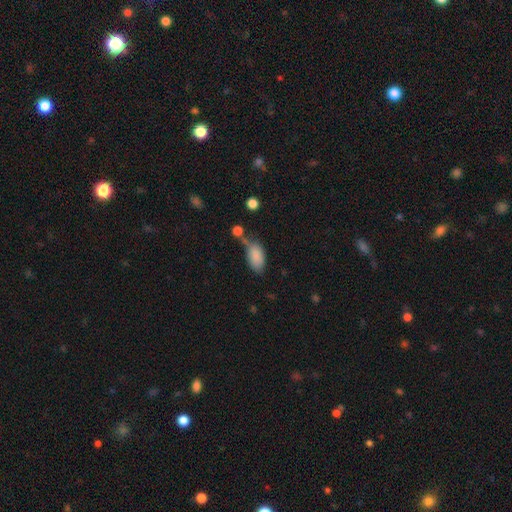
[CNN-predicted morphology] A smooth galaxy with no disk features (86%) that is in between round and cigar-shaped (94%). Merging: none (47%).